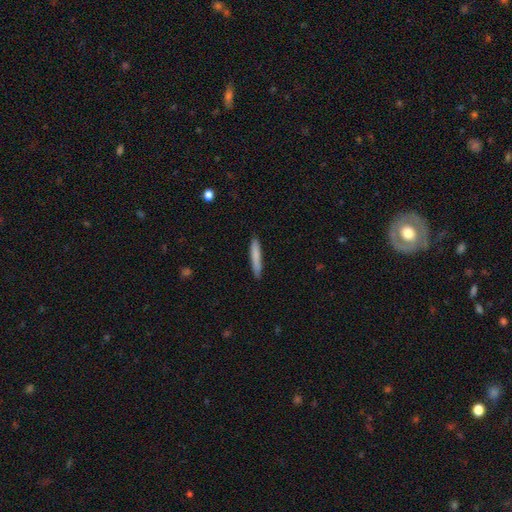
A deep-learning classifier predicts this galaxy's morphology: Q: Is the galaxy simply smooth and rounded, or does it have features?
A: smooth — 79%.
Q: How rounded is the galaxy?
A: cigar-shaped — 94%.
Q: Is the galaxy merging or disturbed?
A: none — 87%.